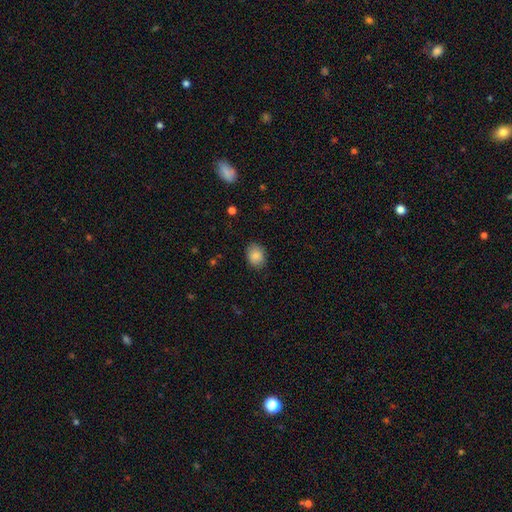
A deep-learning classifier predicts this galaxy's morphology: This is clearly a smooth galaxy (87%). How rounded: likely in between (62%). Merging: clearly none (85%).